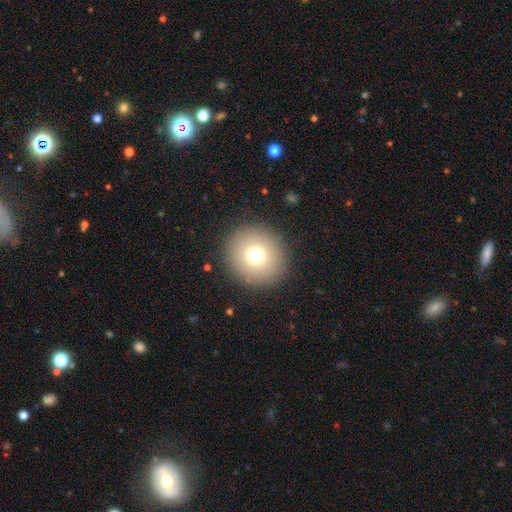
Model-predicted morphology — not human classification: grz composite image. It shows a smooth galaxy with no disk features (73%) that is round (92%). Merging: none (90%).